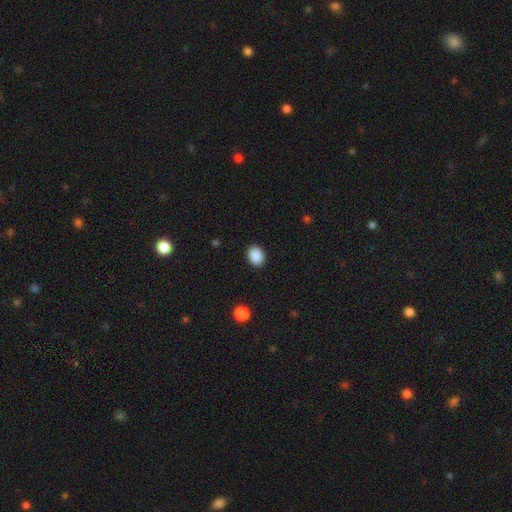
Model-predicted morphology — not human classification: smooth_or_featured: smooth (p=0.89) [alt: star or artifact p=0.08]
how_rounded: in between (p=0.54) [alt: round p=0.45]
merging: none (p=0.90) [alt: minor disturbance p=0.07]